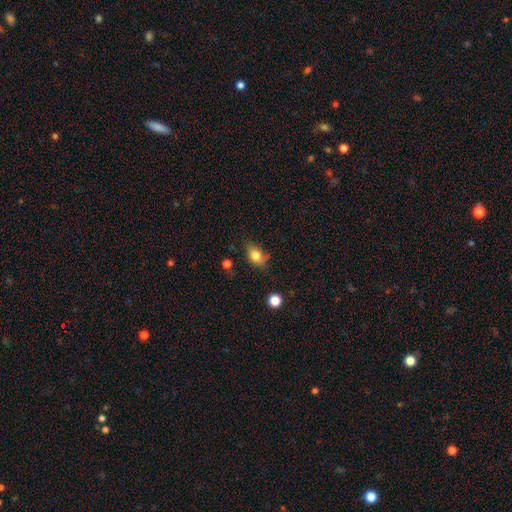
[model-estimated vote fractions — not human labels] Overall: smooth (81%). How rounded: in between (71%). Merging: none (60%; minor disturbance 29%).